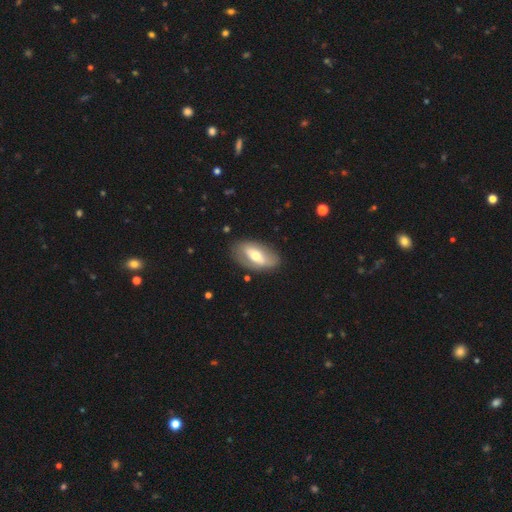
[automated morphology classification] Overall: featured or disk (51%; smooth 43%). Edge-on disk: no (83%). Merging: none (77%).